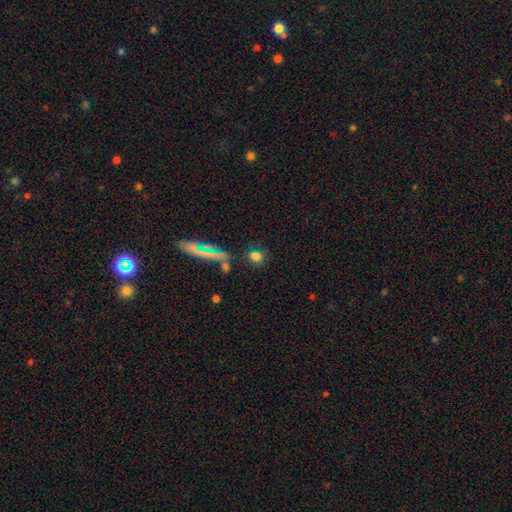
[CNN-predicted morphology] Smooth or featured: smooth — 75% (star or artifact — 15%)
How rounded: round — 48% (in between — 44%)
Merging: none — 68% (minor disturbance — 13%)